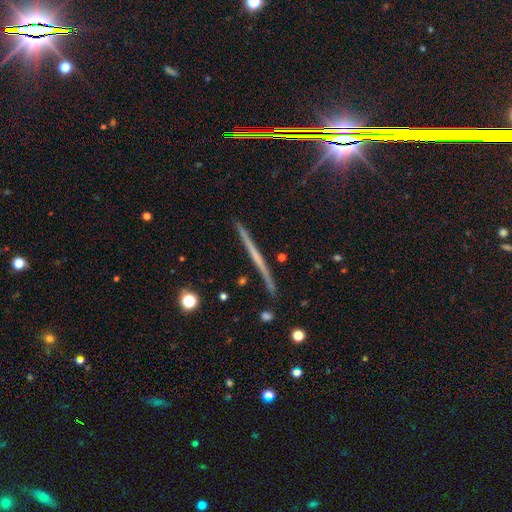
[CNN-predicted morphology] smooth_or_featured: featured or disk (p=0.64) [alt: smooth p=0.24]
disk_edge_on: yes (p=0.98) [alt: no p=0.02]
edge_on_bulge: none (p=0.78) [alt: rounded p=0.16]
merging: none (p=0.89) [alt: minor disturbance p=0.08]